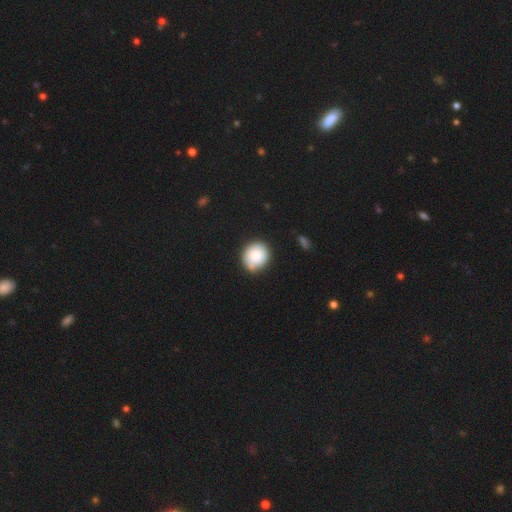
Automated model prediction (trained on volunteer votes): This appears to be a smooth galaxy with no disk features (81%) that is round (82%). Merging: none (79%).